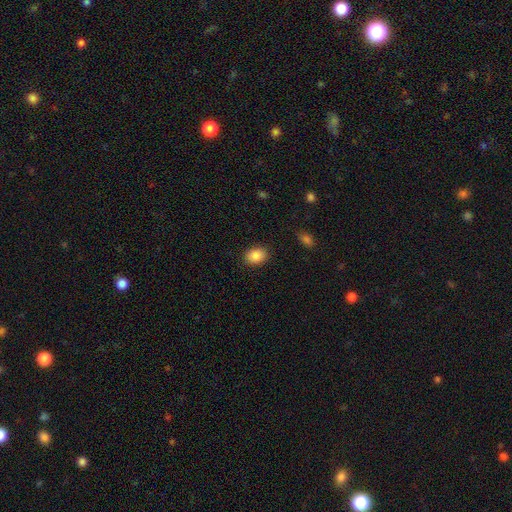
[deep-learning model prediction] This appears to be a smooth galaxy with no disk features (88%) that is in between round and cigar-shaped (70%). Merging: none (88%).